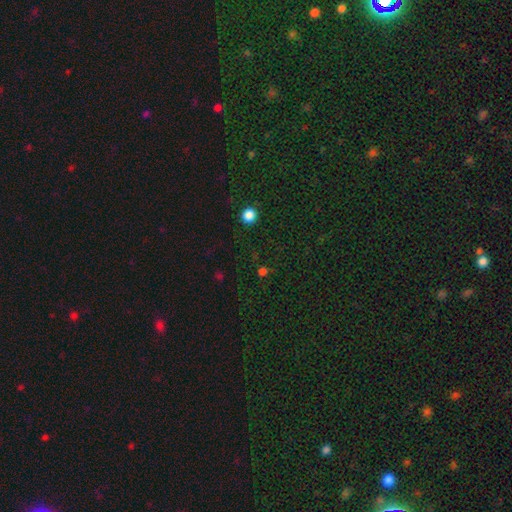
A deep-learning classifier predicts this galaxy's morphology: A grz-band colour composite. It shows a star or artifact, not a galaxy (75%).